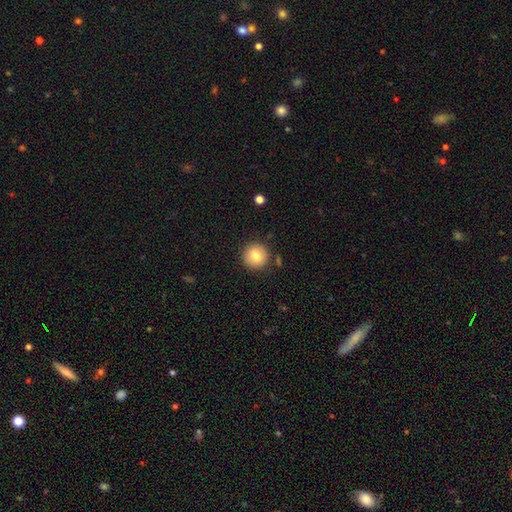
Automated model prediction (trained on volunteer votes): Smooth or featured? Predicted: smooth (p=0.81). How rounded? Predicted: round (p=0.94). Merging? Predicted: none (p=0.88).